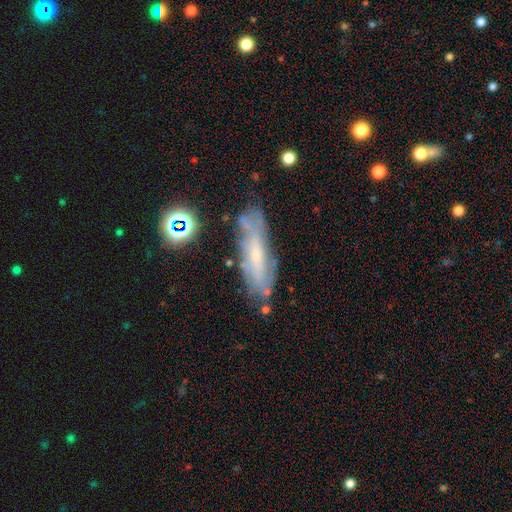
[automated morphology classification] This appears to be a featured or disk galaxy (59%). Merging: none (68%).